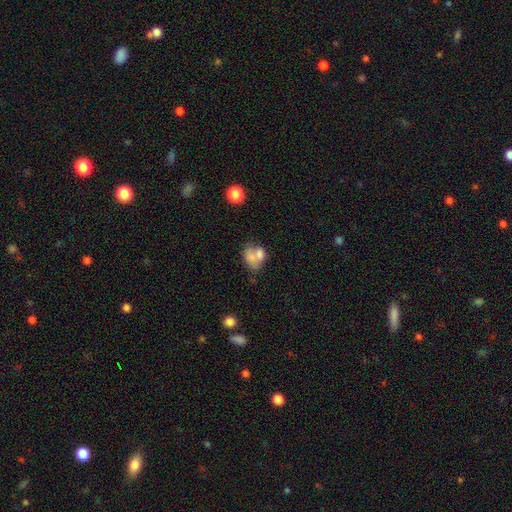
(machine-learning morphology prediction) Smooth or featured? Predicted: smooth (p=0.67). How rounded? Predicted: in between (p=0.65). Merging? Predicted: merger (p=0.52).